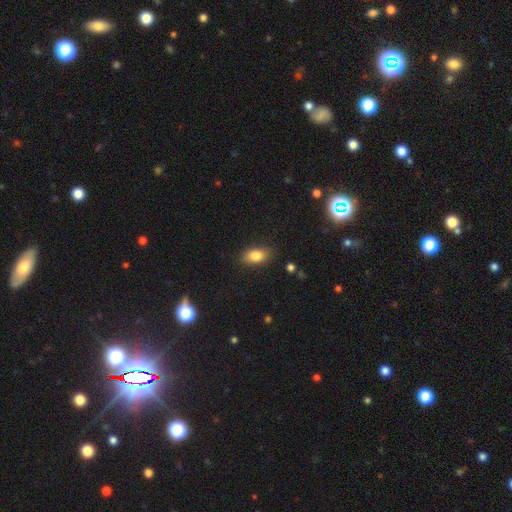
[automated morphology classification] smooth_or_featured: smooth (p=0.84) [alt: star or artifact p=0.09]
how_rounded: in between (p=0.88) [alt: round p=0.08]
merging: none (p=0.83) [alt: minor disturbance p=0.12]